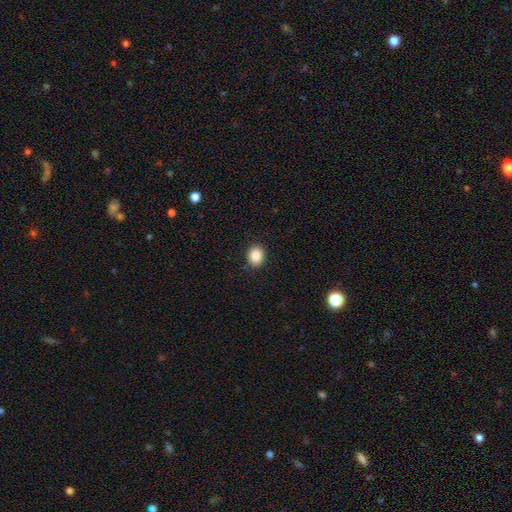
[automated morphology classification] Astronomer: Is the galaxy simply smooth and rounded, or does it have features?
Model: smooth — 88%.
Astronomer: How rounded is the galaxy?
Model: round — 57% (runner-up: in between, 42%).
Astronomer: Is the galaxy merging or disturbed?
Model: none — 90%.